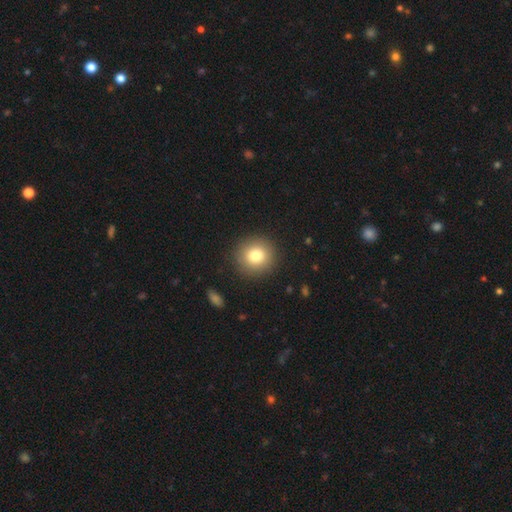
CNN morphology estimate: The model was most divided on "smooth or featured": smooth: 80%, featured or disk: 10%, star or artifact: 10%. More confident: how rounded — round (91%); merging — none (90%).